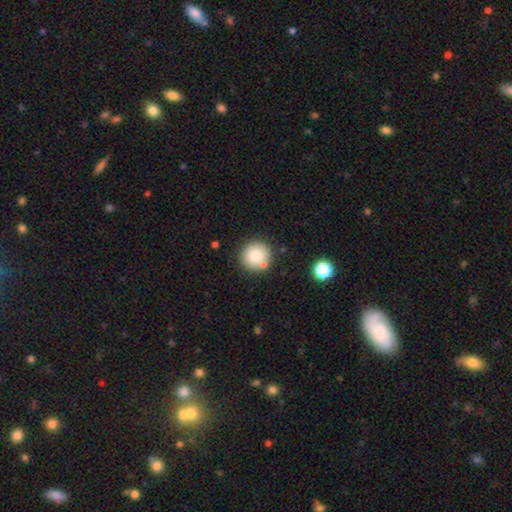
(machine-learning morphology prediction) A smooth galaxy with no disk features (82%) that is round (94%).

Vote fractions:
- Smooth or featured? smooth: 82% / star or artifact: 9% / featured or disk: 9%
- How rounded? round: 94% / in between: 5% / cigar-shaped: 1%
- Merging? none: 79% / minor disturbance: 10% / merger: 9% / major disturbance: 3%